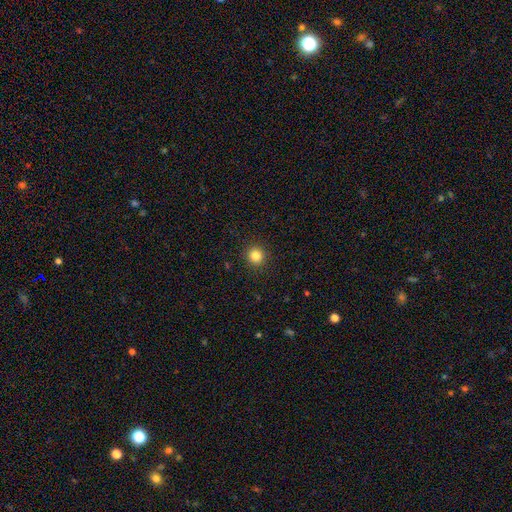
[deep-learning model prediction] A smooth galaxy with no disk features (84%) that is round (93%).

Vote fractions:
- Smooth or featured? smooth: 84% / star or artifact: 12% / featured or disk: 4%
- How rounded? round: 93% / in between: 6% / cigar-shaped: 1%
- Merging? none: 92% / minor disturbance: 5% / major disturbance: 2% / merger: 1%